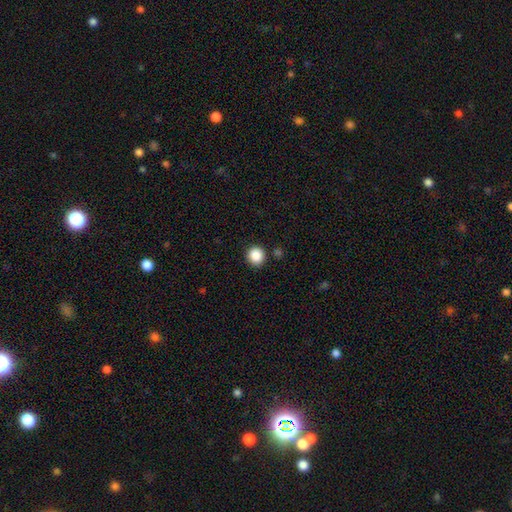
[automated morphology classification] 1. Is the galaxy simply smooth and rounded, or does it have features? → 88% smooth, 10% star or artifact, 3% featured or disk.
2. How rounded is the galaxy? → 90% round, 9% in between, 1% cigar-shaped.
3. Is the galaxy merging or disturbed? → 88% none, 7% minor disturbance, 3% merger, 2% major disturbance.